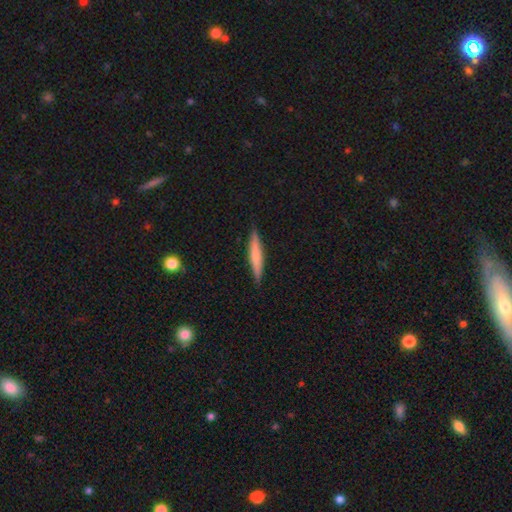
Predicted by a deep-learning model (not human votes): Smooth or featured? Predicted: smooth (p=0.64). How rounded? Predicted: cigar-shaped (p=0.92). Merging? Predicted: none (p=0.89).